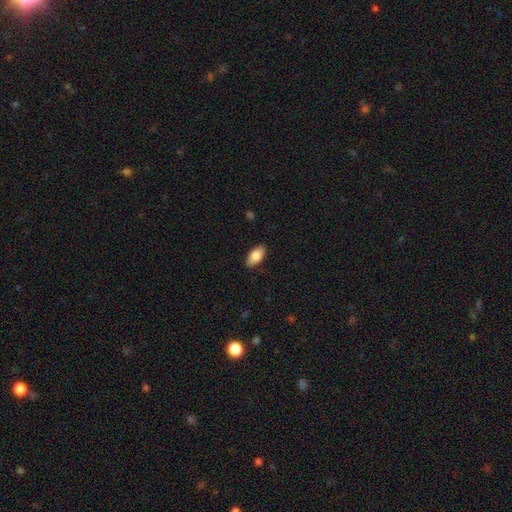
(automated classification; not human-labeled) smooth 82%, featured or disk 12%, star or artifact 6%. Down the decision tree: how rounded — in between (92%); merging — none (88%).